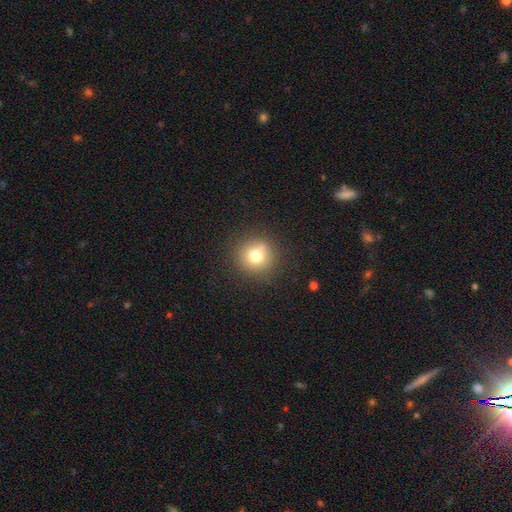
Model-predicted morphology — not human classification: Q: Smooth or featured?
A: smooth (73%); runner-up: star or artifact (15%)
Q: How rounded?
A: round (93%); runner-up: in between (6%)
Q: Merging?
A: none (82%); runner-up: minor disturbance (10%)